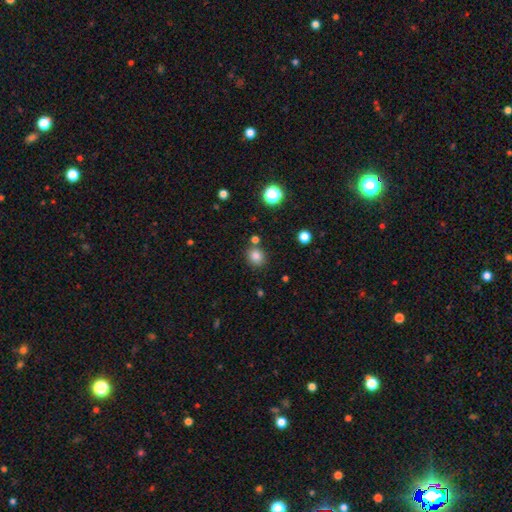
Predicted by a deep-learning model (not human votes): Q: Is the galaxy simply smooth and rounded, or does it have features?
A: smooth — 82%.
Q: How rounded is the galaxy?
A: round — 83%.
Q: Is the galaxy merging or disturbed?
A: none — 79%.